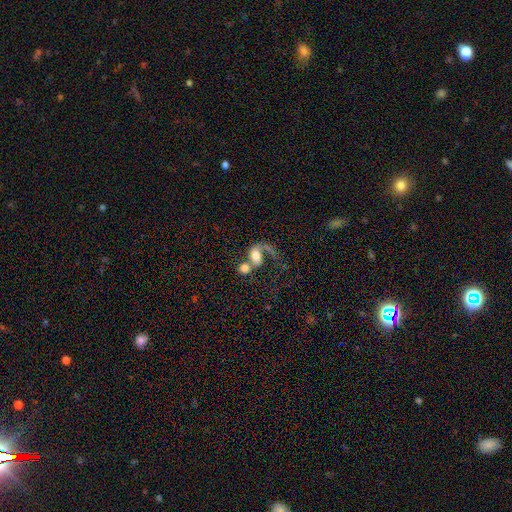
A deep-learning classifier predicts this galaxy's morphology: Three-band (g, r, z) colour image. It shows a featured or disk galaxy (49%). Merging: merger (54%).